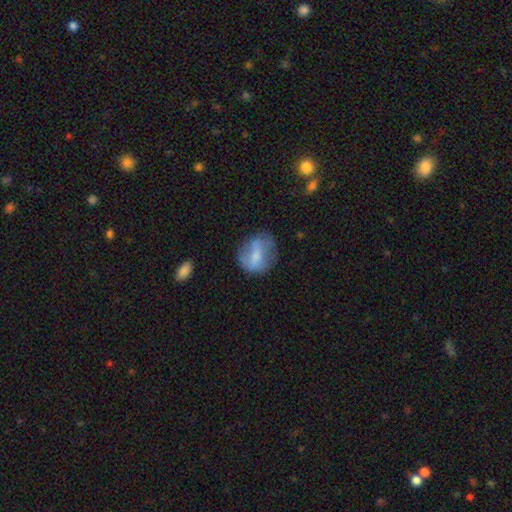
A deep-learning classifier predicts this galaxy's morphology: Q: Smooth or featured?
A: smooth (53%); runner-up: featured or disk (38%)
Q: How rounded?
A: round (57%); runner-up: in between (40%)
Q: Merging?
A: none (60%); runner-up: minor disturbance (25%)